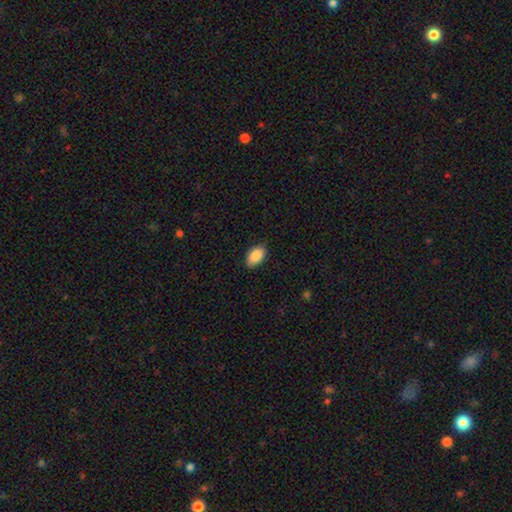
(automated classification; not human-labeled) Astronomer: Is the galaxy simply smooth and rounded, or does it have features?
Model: smooth — 89%.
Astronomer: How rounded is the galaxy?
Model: in between — 93%.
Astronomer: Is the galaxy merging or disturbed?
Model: none — 86%.